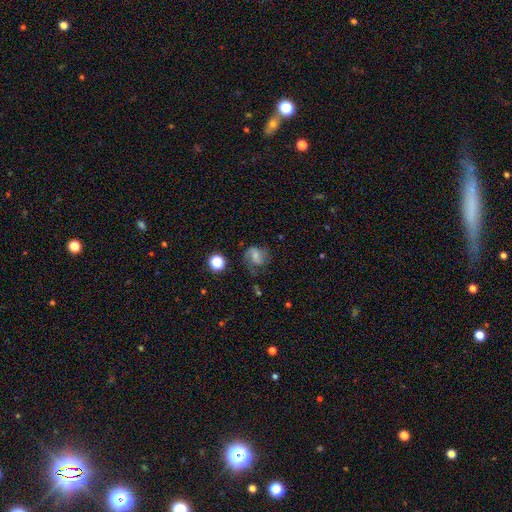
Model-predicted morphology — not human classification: smooth_or_featured: smooth (p=0.45) [alt: featured or disk p=0.42]
merging: none (p=0.54) [alt: minor disturbance p=0.25]